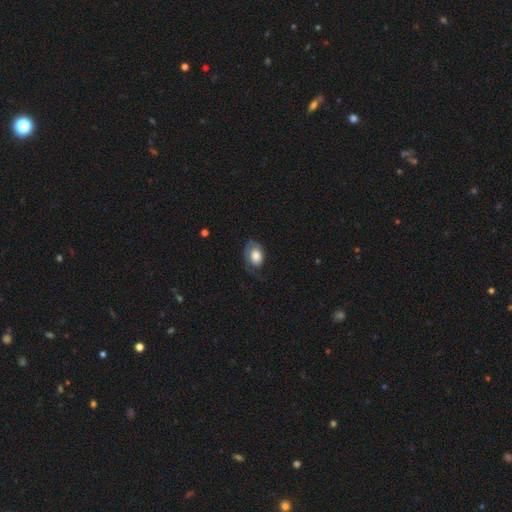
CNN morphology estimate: Smooth or featured? smooth (64%)
How rounded? in between (81%)
Merging? none (46%)